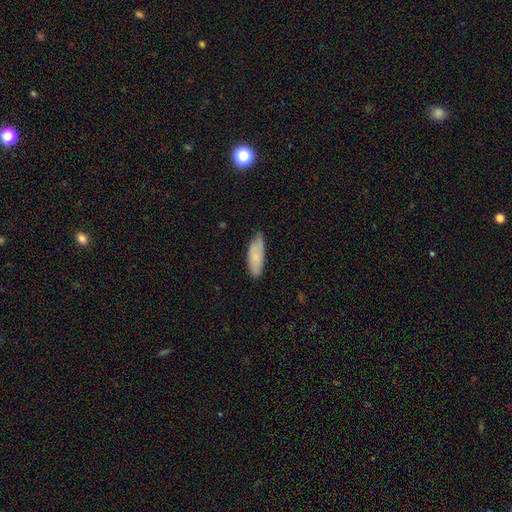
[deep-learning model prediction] This appears to be a smooth galaxy with no disk features (75%) that is in between round and cigar-shaped (67%). Merging: none (68%).